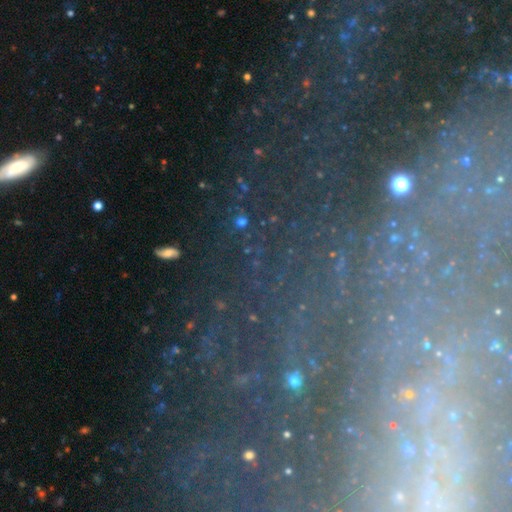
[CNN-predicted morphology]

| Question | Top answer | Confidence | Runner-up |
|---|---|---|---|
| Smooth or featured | featured or disk | 48% | star or artifact (37%) |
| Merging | none | 71% | minor disturbance (14%) |